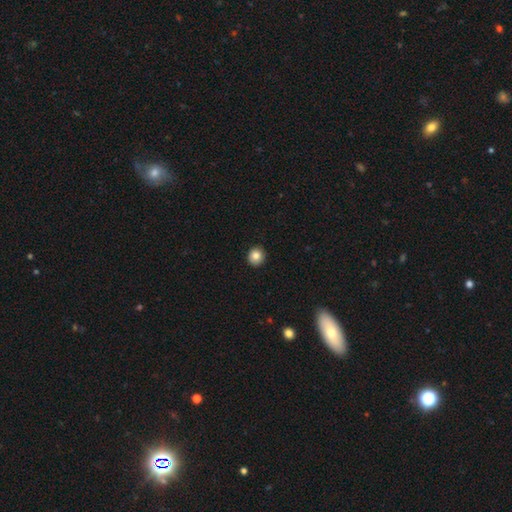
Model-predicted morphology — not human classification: A smooth galaxy with no disk features (84%) that is round (90%). Merging: none (91%).